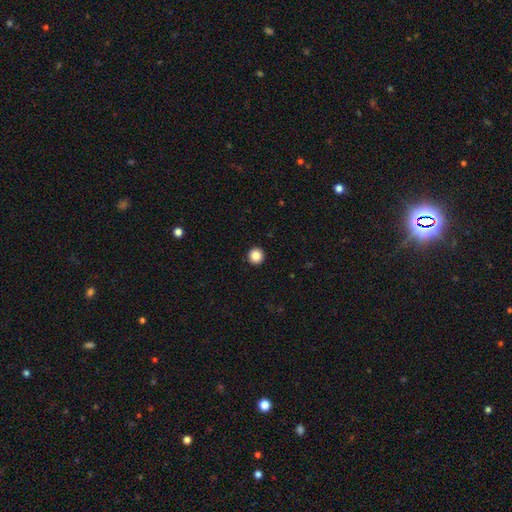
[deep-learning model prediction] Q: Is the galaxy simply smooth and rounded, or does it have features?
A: smooth — 87%.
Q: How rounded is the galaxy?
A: round — 96%.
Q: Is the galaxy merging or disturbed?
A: none — 94%.